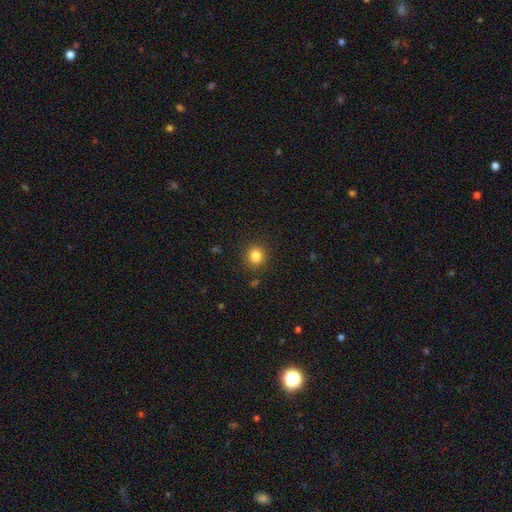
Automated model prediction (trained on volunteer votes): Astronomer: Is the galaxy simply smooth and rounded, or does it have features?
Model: smooth — 83%.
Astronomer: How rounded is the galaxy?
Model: round — 85%.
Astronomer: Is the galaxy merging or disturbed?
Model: none — 89%.